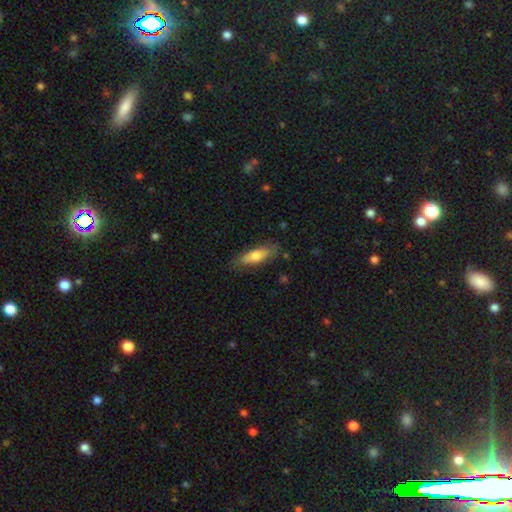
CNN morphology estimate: smooth_or_featured: smooth (p=0.67) [alt: featured or disk p=0.27]
how_rounded: in between (p=0.63) [alt: cigar-shaped p=0.35]
merging: none (p=0.75) [alt: minor disturbance p=0.18]